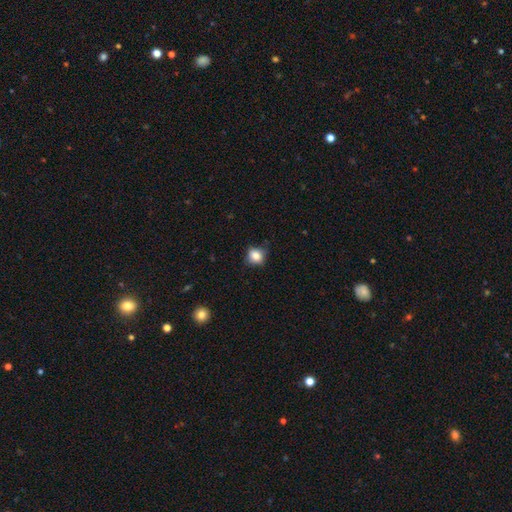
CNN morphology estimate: This is clearly a smooth galaxy (82%). How rounded: likely round (70%). Merging: likely none (73%).